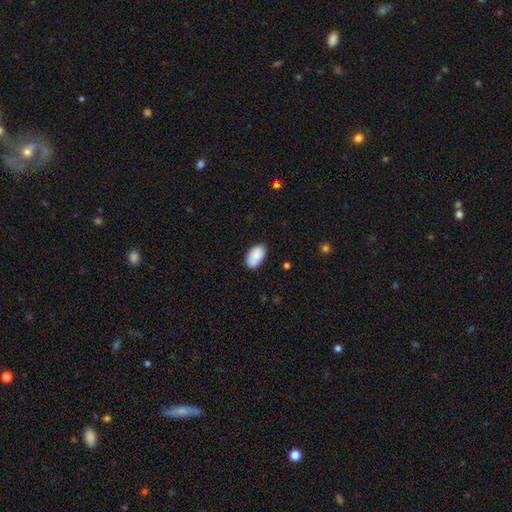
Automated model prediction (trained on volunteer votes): This appears to be a smooth galaxy with no disk features (88%) that is in between round and cigar-shaped (94%). Merging: none (81%).